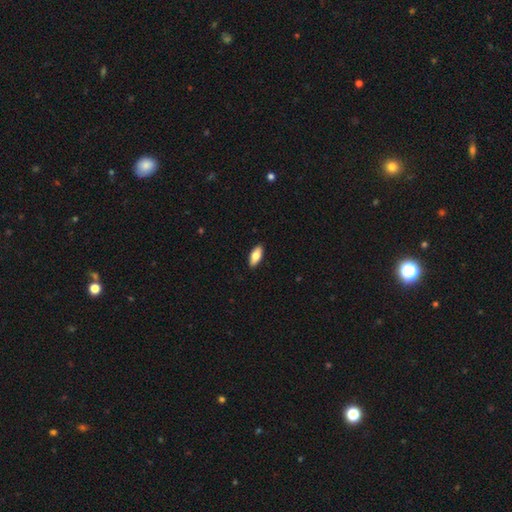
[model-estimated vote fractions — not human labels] This is likely a smooth galaxy (77%). How rounded: clearly in between (81%). Merging: clearly none (90%).